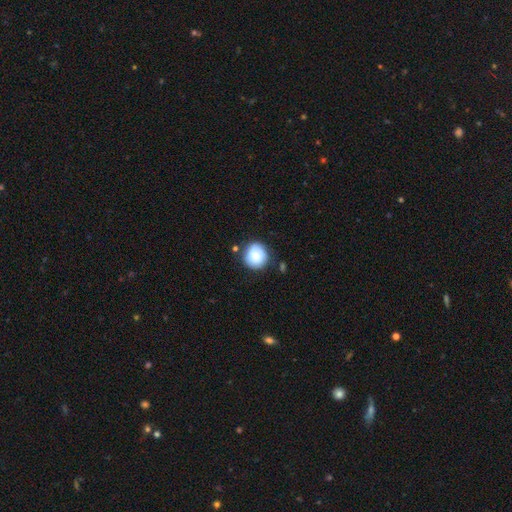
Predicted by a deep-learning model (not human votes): Smooth or featured?
  - smooth: 76% *
  - featured or disk: 17%
  - star or artifact: 8%
How rounded?
  - round: 88% *
  - in between: 11%
  - cigar-shaped: 1%
Merging?
  - none: 73% *
  - minor disturbance: 18%
  - major disturbance: 5%
  - merger: 5%